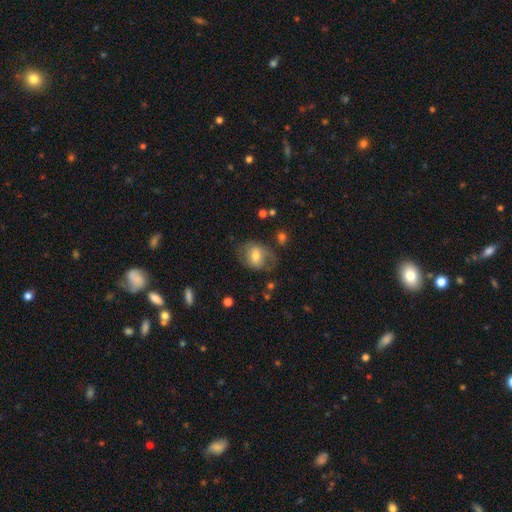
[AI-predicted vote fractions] Smooth or featured?
  - smooth: 55% *
  - featured or disk: 37%
  - star or artifact: 8%
How rounded?
  - in between: 55% *
  - round: 44%
  - cigar-shaped: 1%
Merging?
  - none: 58% *
  - minor disturbance: 23%
  - major disturbance: 16%
  - merger: 2%